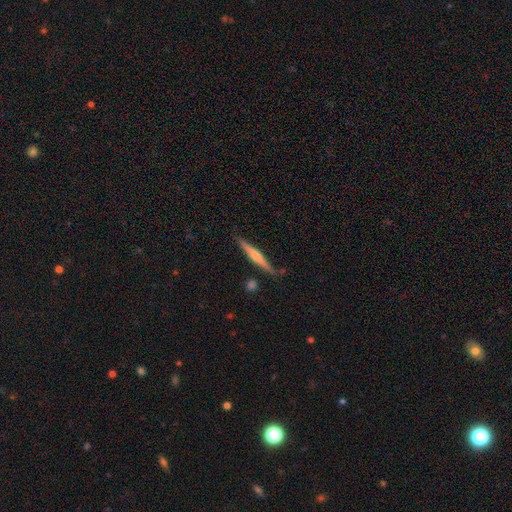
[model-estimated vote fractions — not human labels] featured or disk 52%, smooth 42%, star or artifact 6%. Down the decision tree: edge-on disk — yes (97%); edge-on bulge — rounded (52%); merging — none (82%).